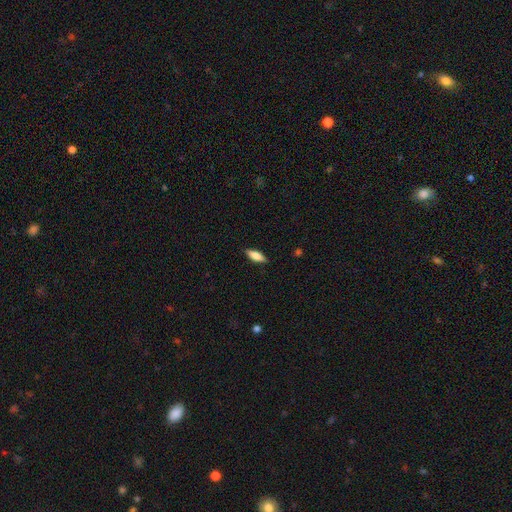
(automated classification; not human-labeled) Morphology: type=smooth (75%); roundness=in between (67%); merging=none (87%).